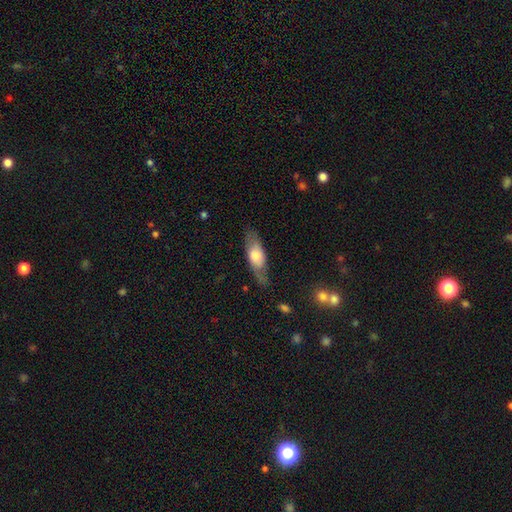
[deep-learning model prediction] Smooth or featured? Predicted: smooth (p=0.56). How rounded? Predicted: in between (p=0.65). Merging? Predicted: none (p=0.71).